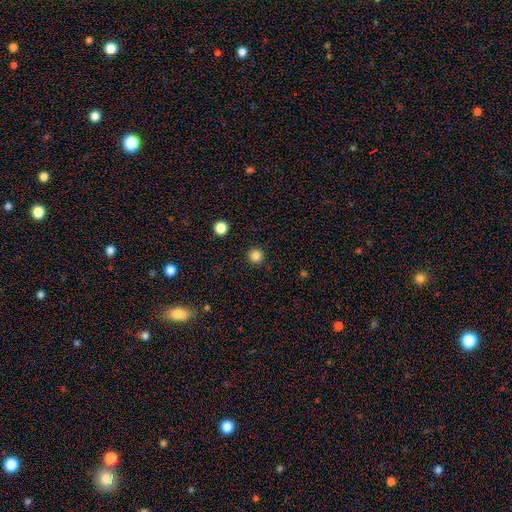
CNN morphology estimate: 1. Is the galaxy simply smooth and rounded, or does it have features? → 84% smooth, 13% star or artifact, 3% featured or disk.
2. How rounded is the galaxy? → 96% round, 3% in between, 1% cigar-shaped.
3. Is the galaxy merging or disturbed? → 93% none, 5% minor disturbance, 2% major disturbance, 1% merger.